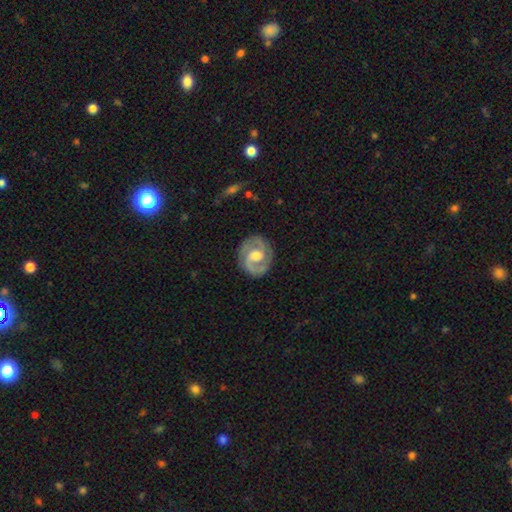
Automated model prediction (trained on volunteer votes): This is clearly a featured or disk galaxy (85%). It is clearly not viewed edge-on (98%). Bar: marginally weak (45%). Spiral arm pattern: clearly yes (95%). Spiral arm count: clearly 2 (89%). Spiral winding: possibly medium (47%). Central bulge: likely moderate (66%). Merging: clearly none (83%).